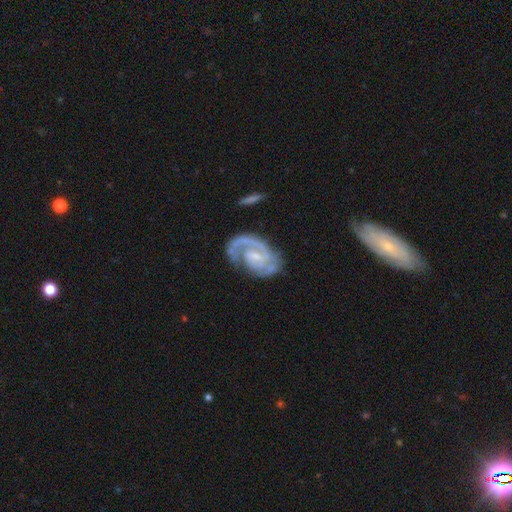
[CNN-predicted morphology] smooth_or_featured: featured or disk (p=0.90) [alt: smooth p=0.06]
disk_edge_on: no (p=0.98) [alt: yes p=0.02]
bar: weak (p=0.47) [alt: no p=0.40]
has_spiral_arms: yes (p=0.97) [alt: no p=0.03]
spiral_winding: tight (p=0.46) [alt: medium p=0.44]
spiral_arm_count: 2 (p=0.74) [alt: 1 p=0.14]
bulge_size: small (p=0.60) [alt: moderate p=0.25]
merging: none (p=0.65) [alt: minor disturbance p=0.20]